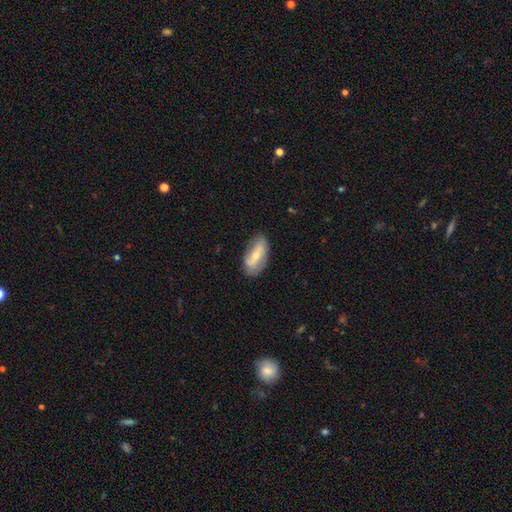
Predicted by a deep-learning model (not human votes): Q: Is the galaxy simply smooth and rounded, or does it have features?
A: featured or disk — 48%.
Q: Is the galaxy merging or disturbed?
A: none — 76%.